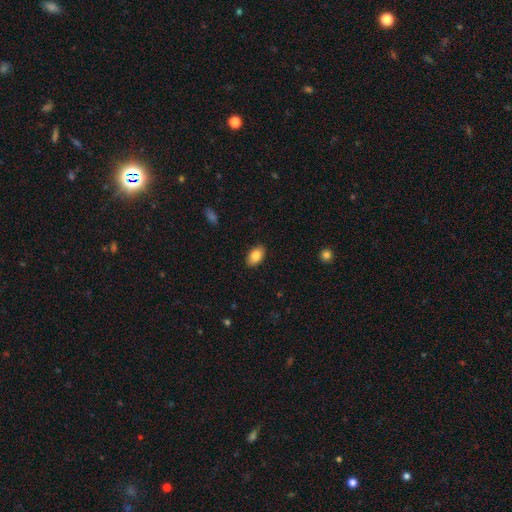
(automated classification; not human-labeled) This is clearly a smooth galaxy (86%). How rounded: clearly in between (92%). Merging: clearly none (89%).